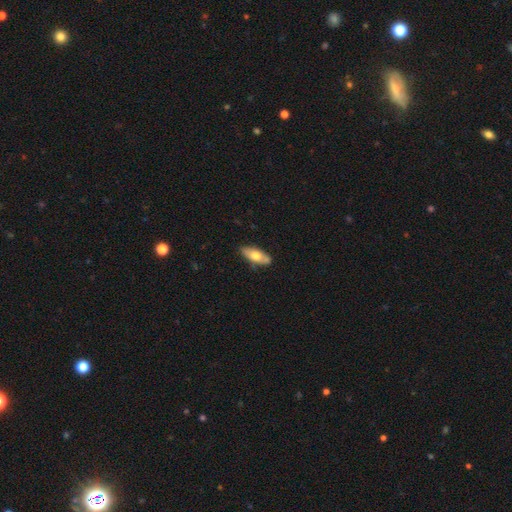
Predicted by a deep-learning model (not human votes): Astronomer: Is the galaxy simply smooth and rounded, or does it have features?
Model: smooth — 62%.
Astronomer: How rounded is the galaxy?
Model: in between — 78%.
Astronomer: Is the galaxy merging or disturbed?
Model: none — 78%.